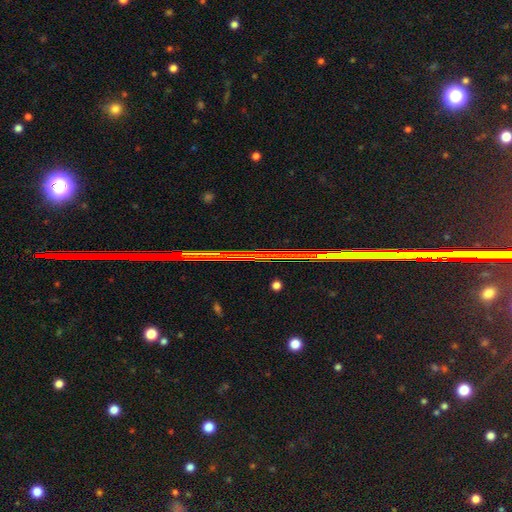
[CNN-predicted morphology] Smooth or featured? star or artifact (84%)